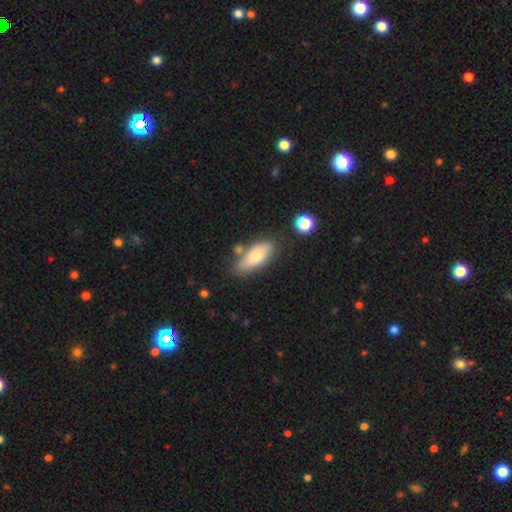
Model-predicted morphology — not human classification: smooth 75%, featured or disk 18%, star or artifact 7%. Down the decision tree: how rounded — in between (79%); merging — none (63%).